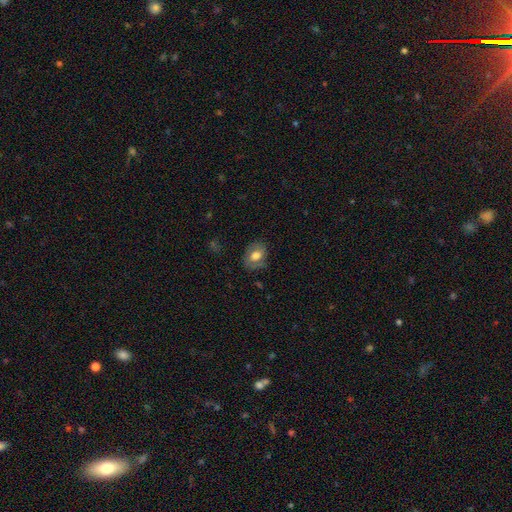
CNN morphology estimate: This appears to be a smooth galaxy with no disk features (69%) that is in between round and cigar-shaped (74%). Merging: none (74%).